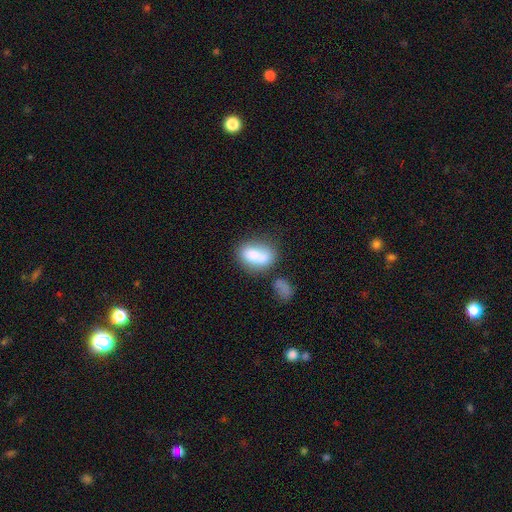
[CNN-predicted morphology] Smooth or featured? Predicted: smooth (p=0.77). How rounded? Predicted: in between (p=0.83). Merging? Predicted: none (p=0.40).